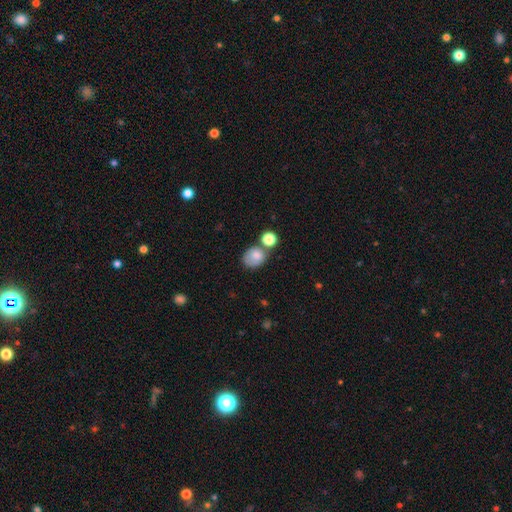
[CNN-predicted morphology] Smooth or featured? smooth (78%)
How rounded? round (52%)
Merging? none (49%)